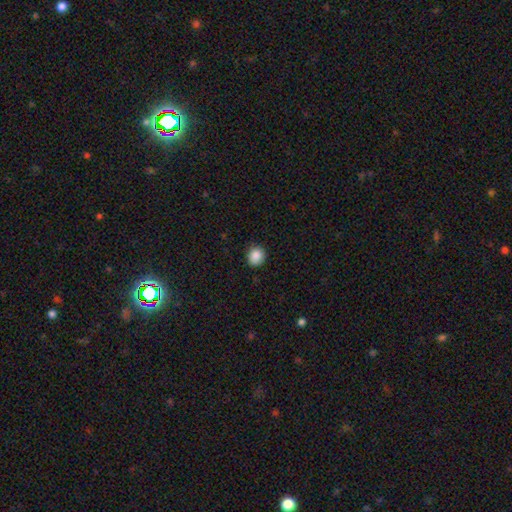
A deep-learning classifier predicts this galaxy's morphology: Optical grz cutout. It shows a smooth galaxy with no disk features (88%) that is round (79%). Merging: none (86%).